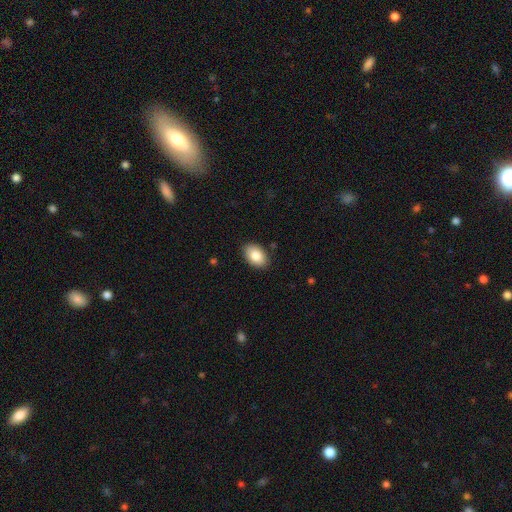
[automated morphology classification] smooth 84%, featured or disk 9%, star or artifact 7%. Down the decision tree: how rounded — in between (88%); merging — none (88%).